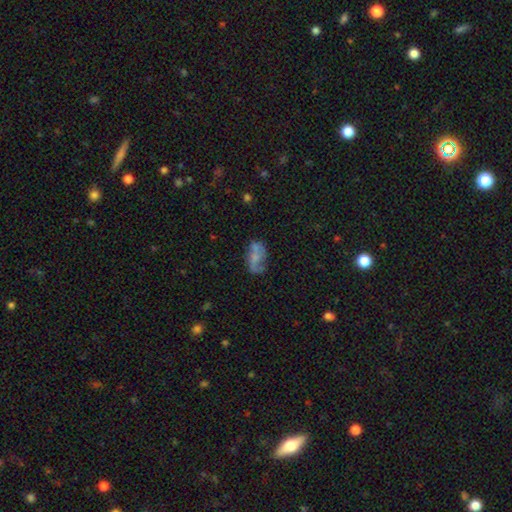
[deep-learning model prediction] smooth 46%, featured or disk 43%, star or artifact 12%. Down the decision tree: merging — none (40%).